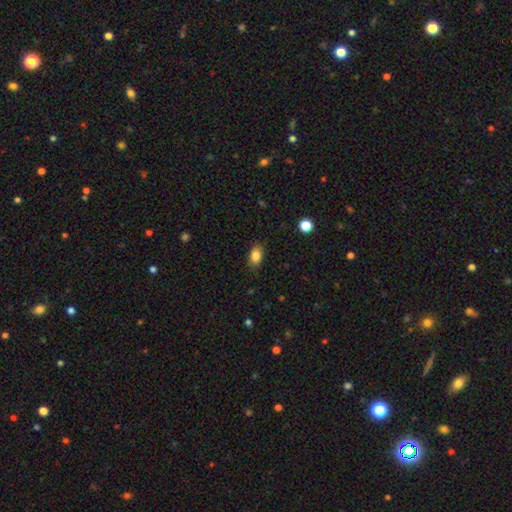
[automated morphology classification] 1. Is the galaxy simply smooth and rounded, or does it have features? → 85% smooth, 9% star or artifact, 6% featured or disk.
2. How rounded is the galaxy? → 85% in between, 12% round, 2% cigar-shaped.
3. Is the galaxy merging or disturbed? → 86% none, 10% minor disturbance, 3% major disturbance, 1% merger.